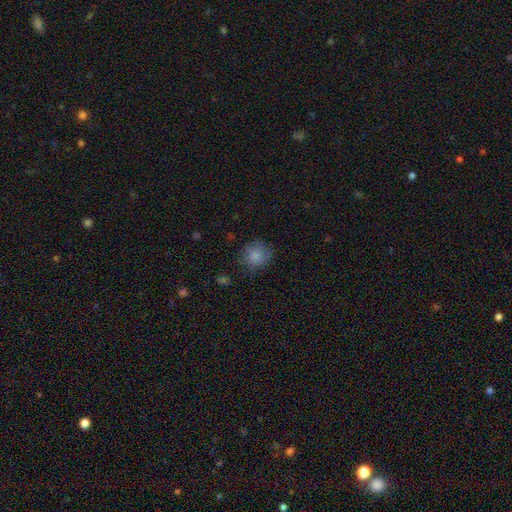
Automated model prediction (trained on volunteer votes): Q: Smooth or featured?
A: smooth (84%); runner-up: star or artifact (9%)
Q: How rounded?
A: round (87%); runner-up: in between (12%)
Q: Merging?
A: none (77%); runner-up: minor disturbance (17%)